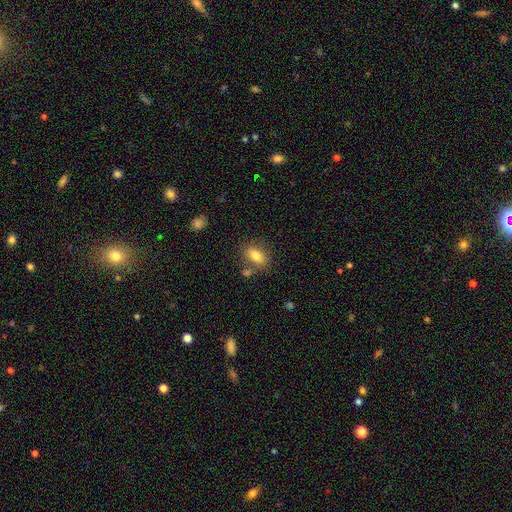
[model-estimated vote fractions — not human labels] Smooth or featured? Predicted: smooth (p=0.80). How rounded? Predicted: in between (p=0.84). Merging? Predicted: none (p=0.72).